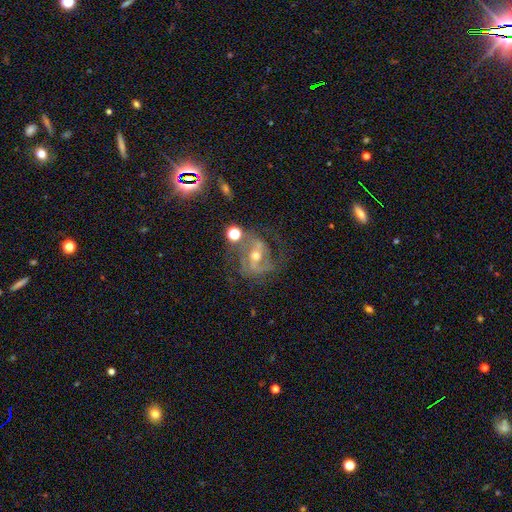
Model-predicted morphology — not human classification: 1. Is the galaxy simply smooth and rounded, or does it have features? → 82% featured or disk, 10% star or artifact, 8% smooth.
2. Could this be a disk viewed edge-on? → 97% no, 3% yes.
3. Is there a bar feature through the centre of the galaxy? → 42% weak, 32% strong, 26% no.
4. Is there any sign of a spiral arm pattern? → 93% yes, 7% no.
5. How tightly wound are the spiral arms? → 54% medium, 24% tight, 22% loose.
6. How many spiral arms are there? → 69% 2, 11% 3, 11% can't tell, 4% 1, 3% 4, 2% more than 4.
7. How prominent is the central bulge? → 64% moderate, 30% small, 3% large, 2% none, 1% dominant.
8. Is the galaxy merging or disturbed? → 57% none, 18% minor disturbance, 17% major disturbance, 7% merger.